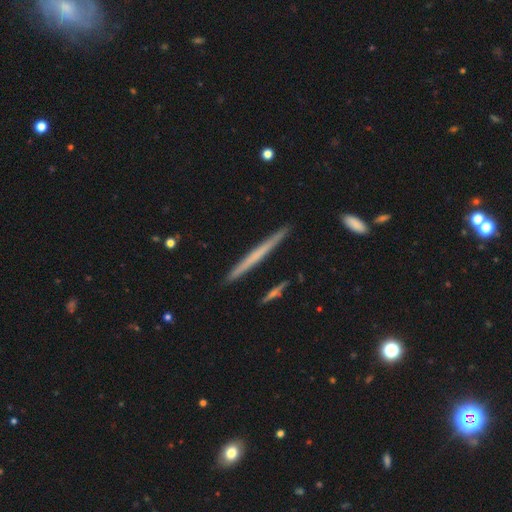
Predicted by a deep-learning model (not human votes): Smooth or featured? featured or disk (49%)
Merging? none (91%)